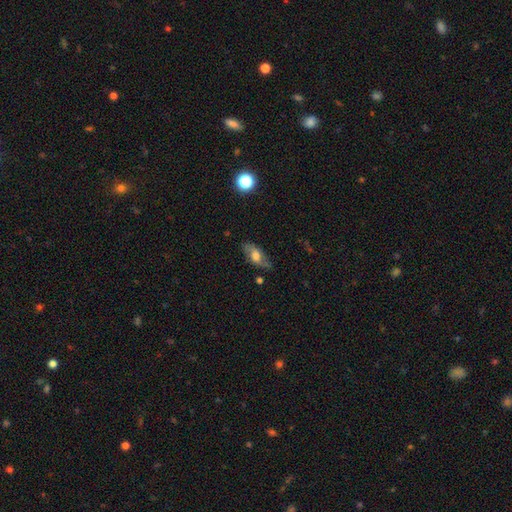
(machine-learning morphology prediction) Q: Smooth or featured?
A: smooth (51%); runner-up: featured or disk (41%)
Q: How rounded?
A: in between (84%); runner-up: cigar-shaped (10%)
Q: Merging?
A: none (70%); runner-up: minor disturbance (22%)